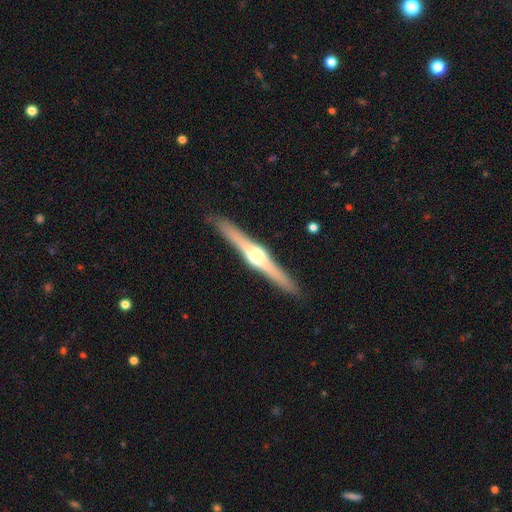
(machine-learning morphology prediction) smooth-or-featured: featured or disk: 79% | smooth: 16% | star or artifact: 5%
  disk-edge-on: yes: 98% | no: 2%
    edge-on-bulge: rounded: 92% | boxy: 5% | none: 3%
  merging: none: 92% | minor disturbance: 6% | major disturbance: 1% | merger: 1%